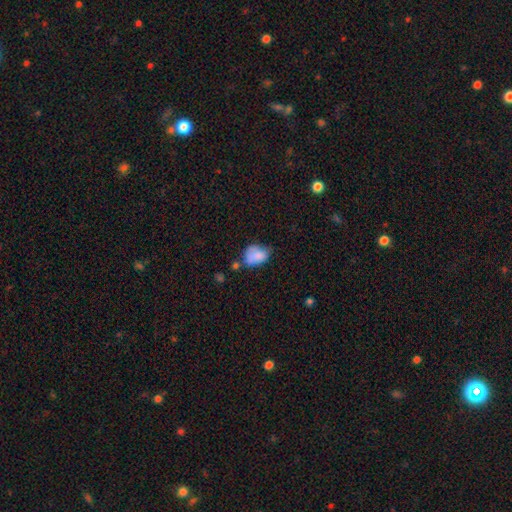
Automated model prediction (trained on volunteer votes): A smooth galaxy with no disk features (78%) that is in between round and cigar-shaped (70%).

Vote fractions:
- Smooth or featured? smooth: 78% / featured or disk: 13% / star or artifact: 9%
- How rounded? in between: 70% / round: 29% / cigar-shaped: 1%
- Merging? minor disturbance: 36% (tied) / none: 36% (tied) / major disturbance: 14% / merger: 14%